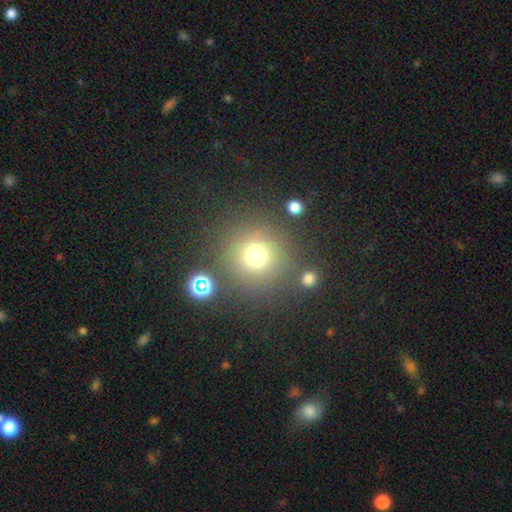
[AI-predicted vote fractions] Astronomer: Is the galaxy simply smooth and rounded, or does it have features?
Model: smooth — 73%.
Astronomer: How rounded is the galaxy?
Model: round — 94%.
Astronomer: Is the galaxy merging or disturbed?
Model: none — 81%.